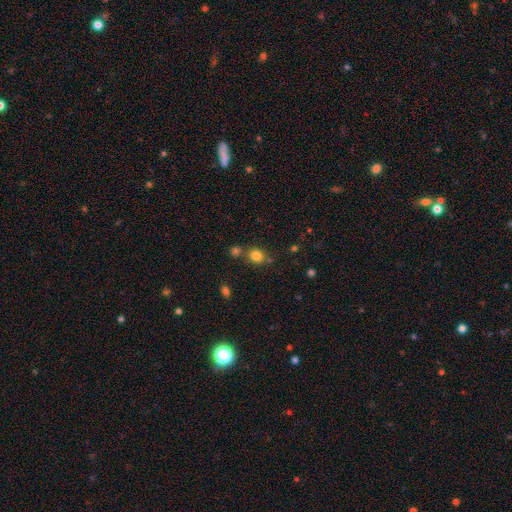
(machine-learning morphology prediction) Q: Smooth or featured?
A: smooth (81%); runner-up: star or artifact (13%)
Q: How rounded?
A: round (76%); runner-up: in between (23%)
Q: Merging?
A: none (66%); runner-up: merger (20%)